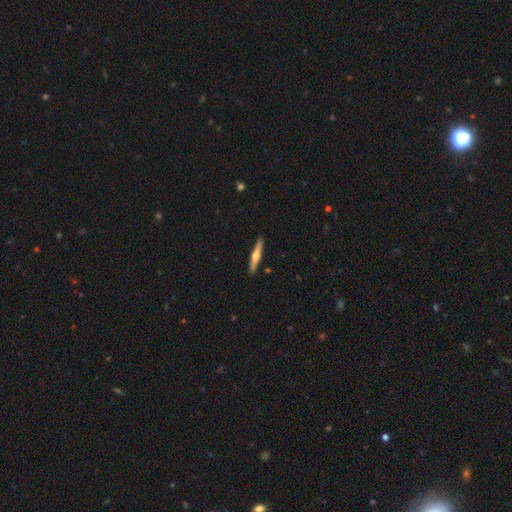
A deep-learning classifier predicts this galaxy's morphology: Smooth or featured: featured or disk — 58% (smooth — 37%)
Edge-on disk: yes — 97% (no — 3%)
Edge-on bulge: rounded — 91% (none — 5%)
Merging: none — 91% (minor disturbance — 6%)